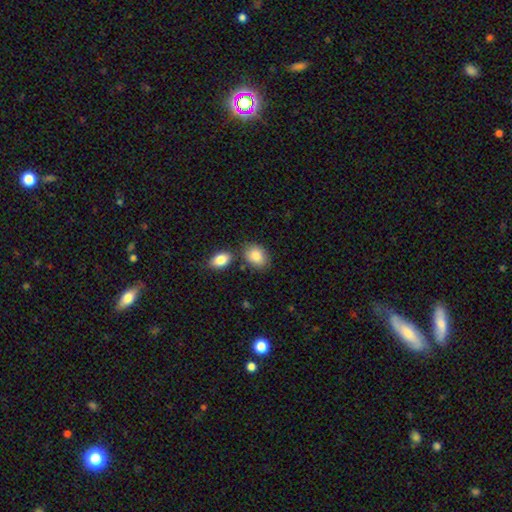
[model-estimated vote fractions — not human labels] Overall: smooth (86%). How rounded: in between (75%). Merging: none (70%).